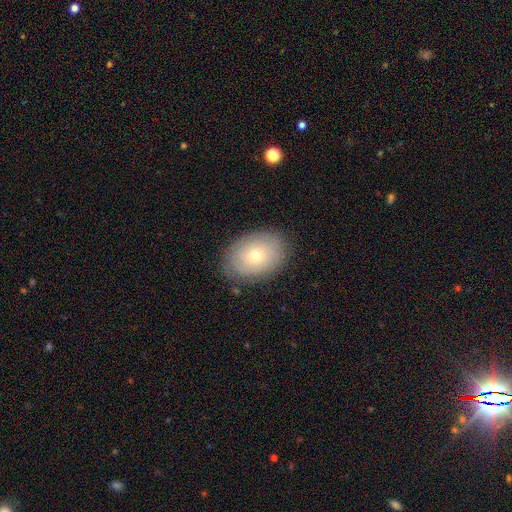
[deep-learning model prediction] This is possibly a smooth galaxy (48%). Merging: clearly none (82%).